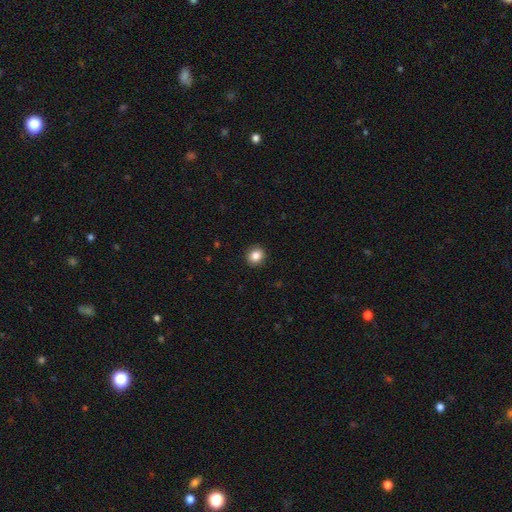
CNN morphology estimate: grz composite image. It shows a smooth galaxy with no disk features (85%) that is round (81%). Merging: none (91%).